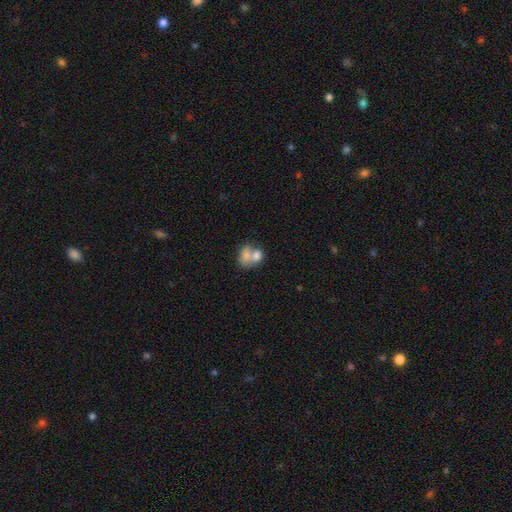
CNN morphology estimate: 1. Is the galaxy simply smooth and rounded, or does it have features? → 72% smooth, 20% featured or disk, 8% star or artifact.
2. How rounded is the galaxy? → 63% in between, 35% round, 1% cigar-shaped.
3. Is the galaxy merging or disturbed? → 71% merger, 17% none, 7% minor disturbance, 5% major disturbance.